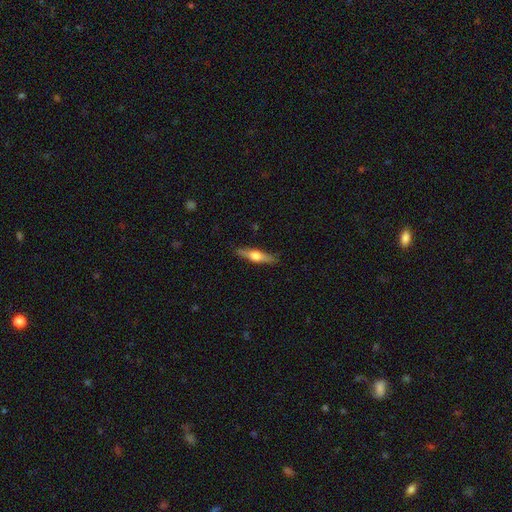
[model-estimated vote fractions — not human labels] Q: Smooth or featured?
A: featured or disk (61%); runner-up: smooth (33%)
Q: Edge-on disk?
A: yes (96%); runner-up: no (4%)
Q: Edge-on bulge?
A: rounded (94%); runner-up: boxy (4%)
Q: Merging?
A: none (88%); runner-up: minor disturbance (9%)